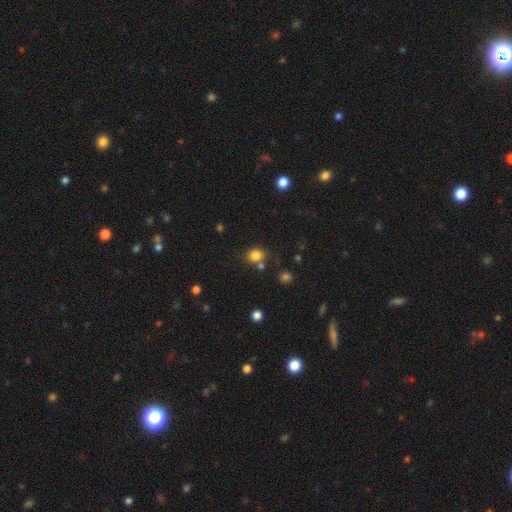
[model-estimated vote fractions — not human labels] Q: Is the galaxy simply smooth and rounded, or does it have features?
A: smooth — 81%.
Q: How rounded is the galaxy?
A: round — 64%.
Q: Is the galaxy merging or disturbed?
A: none — 71%.